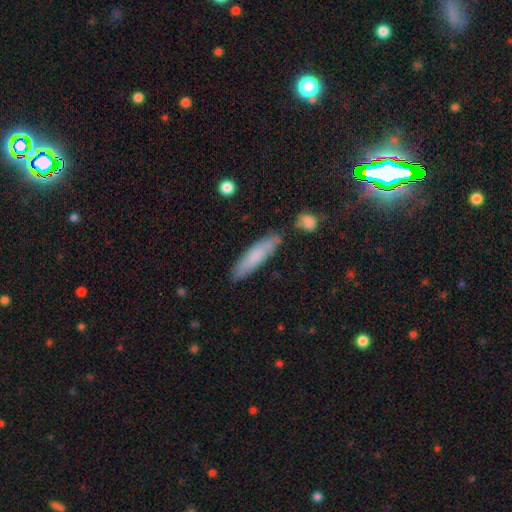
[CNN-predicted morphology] This is likely a smooth galaxy (74%). How rounded: likely cigar-shaped (77%). Merging: likely none (76%).